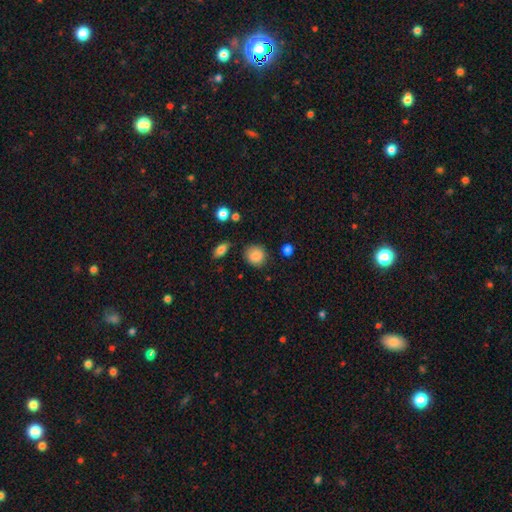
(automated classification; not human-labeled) Smooth or featured: smooth — 86% (star or artifact — 9%)
How rounded: round — 83% (in between — 16%)
Merging: none — 80% (minor disturbance — 14%)